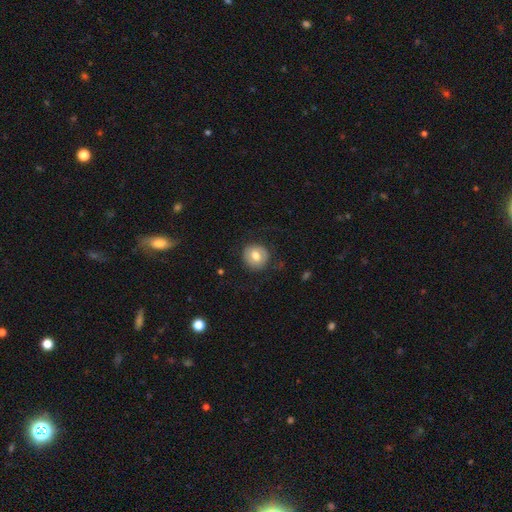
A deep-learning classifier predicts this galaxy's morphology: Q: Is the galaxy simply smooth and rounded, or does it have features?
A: smooth — 68%.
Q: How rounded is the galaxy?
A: round — 88%.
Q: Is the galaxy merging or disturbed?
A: none — 83%.